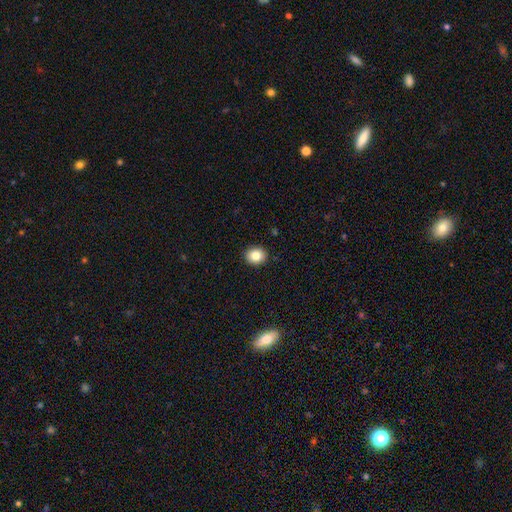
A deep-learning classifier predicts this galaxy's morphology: The model was most divided on "how rounded": round: 70%, in between: 29%, cigar-shaped: 1%. More confident: merging — none (91%); smooth or featured — smooth (84%).